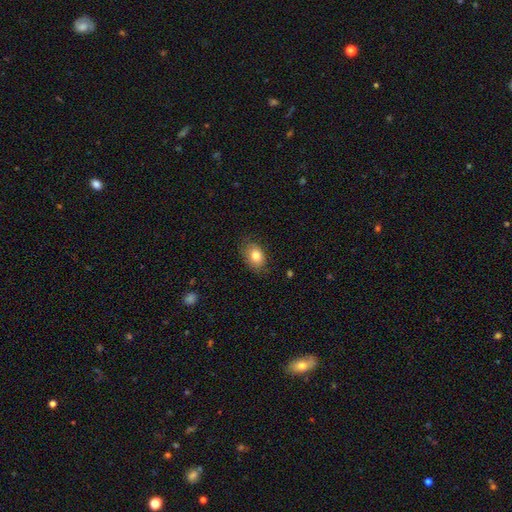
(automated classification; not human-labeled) Overall: smooth (81%). How rounded: in between (80%). Merging: none (78%).